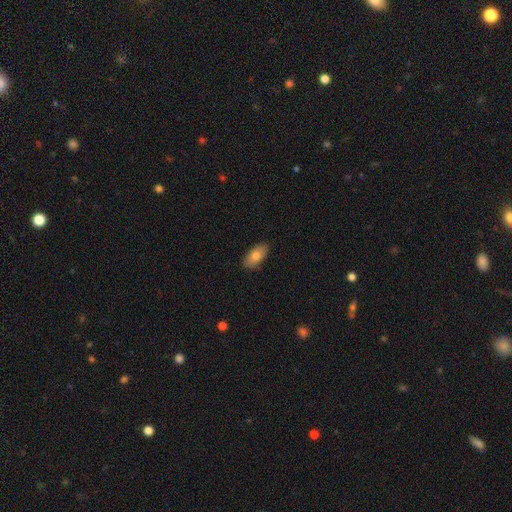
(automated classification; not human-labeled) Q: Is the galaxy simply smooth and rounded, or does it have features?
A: smooth — 80%.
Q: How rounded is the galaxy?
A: in between — 92%.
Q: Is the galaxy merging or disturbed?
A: none — 89%.